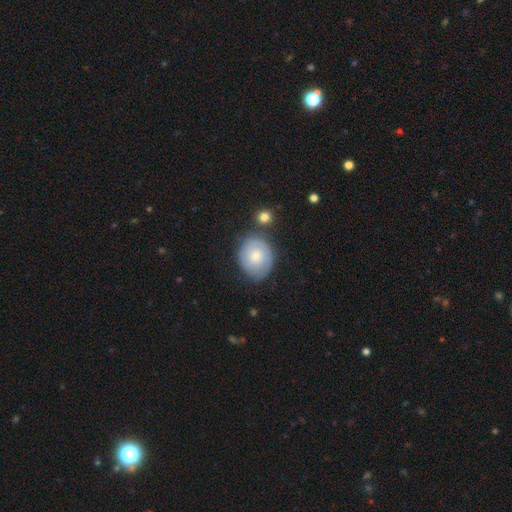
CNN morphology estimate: smooth_or_featured: featured or disk (p=0.54) [alt: smooth p=0.40]
disk_edge_on: no (p=0.97) [alt: yes p=0.03]
bar: no (p=0.82) [alt: weak p=0.16]
has_spiral_arms: yes (p=0.75) [alt: no p=0.25]
bulge_size: small (p=0.60) [alt: moderate p=0.36]
merging: none (p=0.70) [alt: minor disturbance p=0.20]